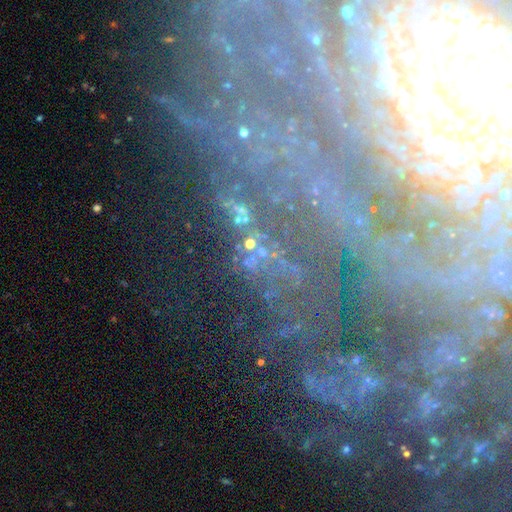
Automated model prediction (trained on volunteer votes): Smooth or featured? Predicted: star or artifact (p=0.64).